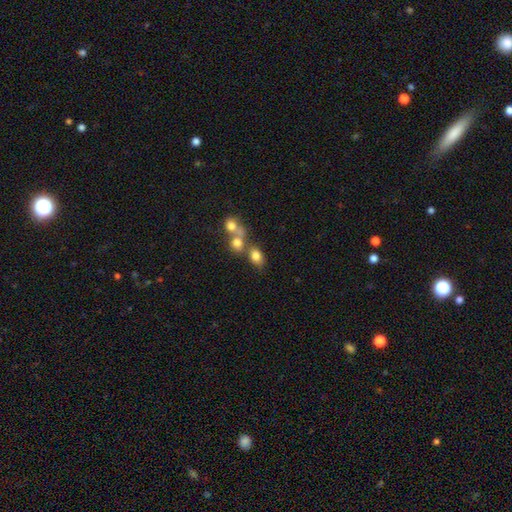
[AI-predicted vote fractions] Q: Smooth or featured?
A: smooth (77%); runner-up: star or artifact (12%)
Q: How rounded?
A: in between (68%); runner-up: round (31%)
Q: Merging?
A: none (48%); runner-up: merger (35%)